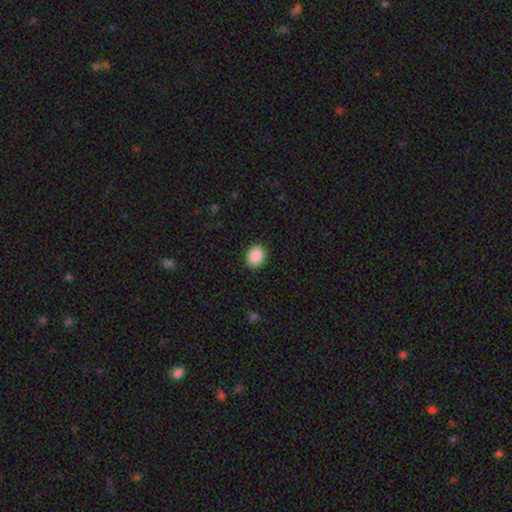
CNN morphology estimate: A smooth galaxy with no disk features (90%) that is in between round and cigar-shaped (55%).

Vote fractions:
- Smooth or featured? smooth: 90% / star or artifact: 8% / featured or disk: 3%
- How rounded? in between: 55% / round: 44% / cigar-shaped: 1%
- Merging? none: 90% / minor disturbance: 7% / major disturbance: 2% / merger: 1%